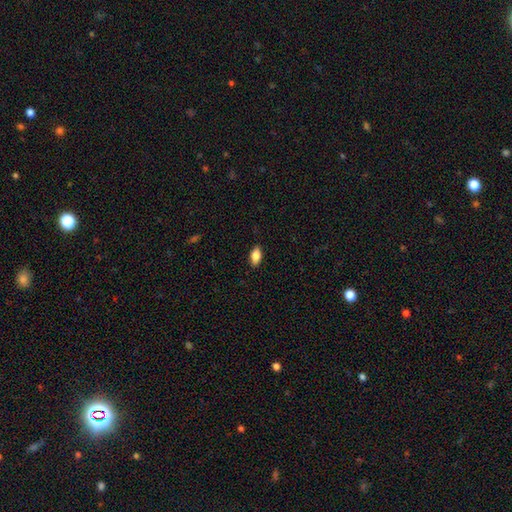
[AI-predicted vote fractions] Overall: smooth (82%). How rounded: in between (90%). Merging: none (88%).